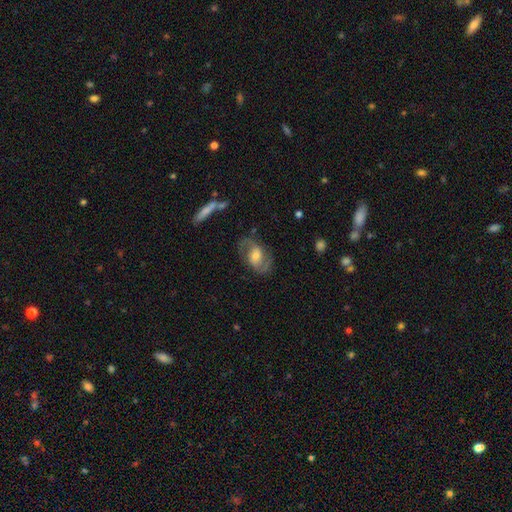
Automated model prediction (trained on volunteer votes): Smooth or featured: featured or disk — 73% (smooth — 21%)
Edge-on disk: no — 95% (yes — 5%)
Bar: weak — 43% (no — 37%)
Spiral arms: yes — 88% (no — 12%)
Spiral winding: medium — 50% (loose — 30%)
Spiral arm count: 2 — 88% (can't tell — 6%)
Bulge size: moderate — 54% (small — 29%)
Merging: none — 71% (minor disturbance — 16%)